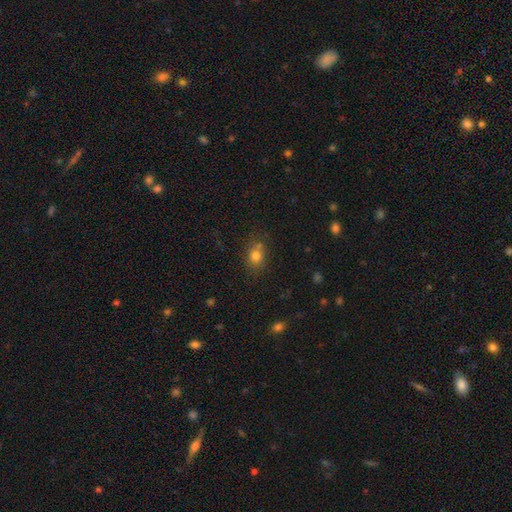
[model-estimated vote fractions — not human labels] Smooth or featured: smooth — 78% (star or artifact — 13%)
How rounded: round — 58% (in between — 40%)
Merging: none — 62% (minor disturbance — 16%)